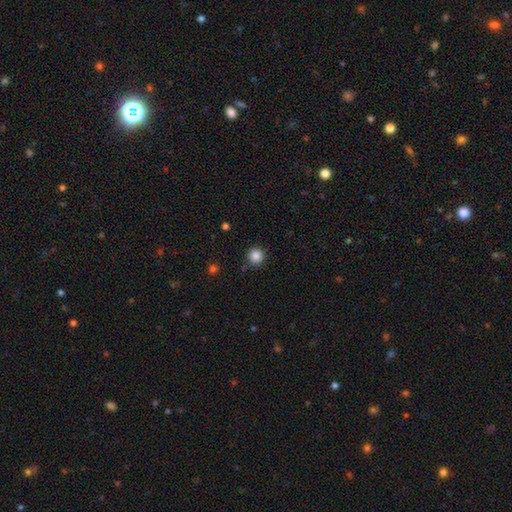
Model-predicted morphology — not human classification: Smooth or featured?
  - smooth: 85% *
  - star or artifact: 11%
  - featured or disk: 4%
How rounded?
  - round: 95% *
  - in between: 4%
  - cigar-shaped: 1%
Merging?
  - none: 89% *
  - minor disturbance: 7%
  - major disturbance: 2%
  - merger: 2%